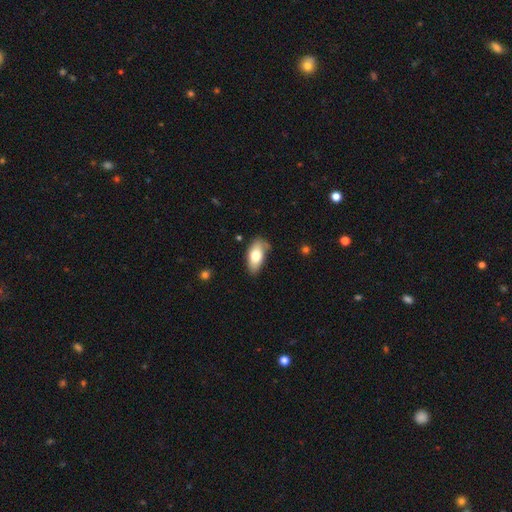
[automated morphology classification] Smooth or featured? smooth (74%)
How rounded? in between (90%)
Merging? none (71%)